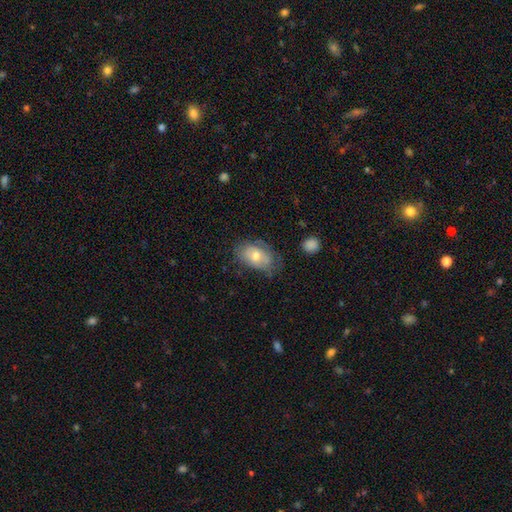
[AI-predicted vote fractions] Q: Smooth or featured?
A: smooth (60%); runner-up: featured or disk (32%)
Q: How rounded?
A: in between (86%); runner-up: round (12%)
Q: Merging?
A: none (57%); runner-up: minor disturbance (30%)